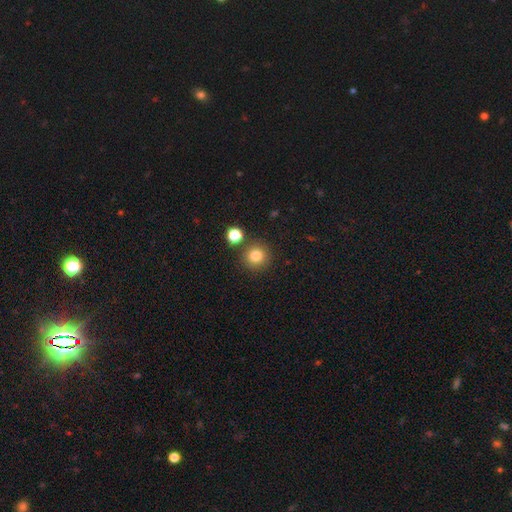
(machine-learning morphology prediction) A smooth galaxy with no disk features (82%) that is round (93%). Merging: none (84%).